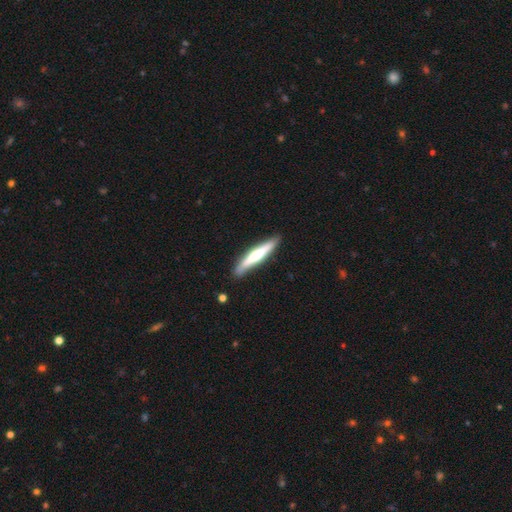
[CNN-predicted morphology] Overall: smooth (50%; featured or disk 45%). Merging: none (86%).